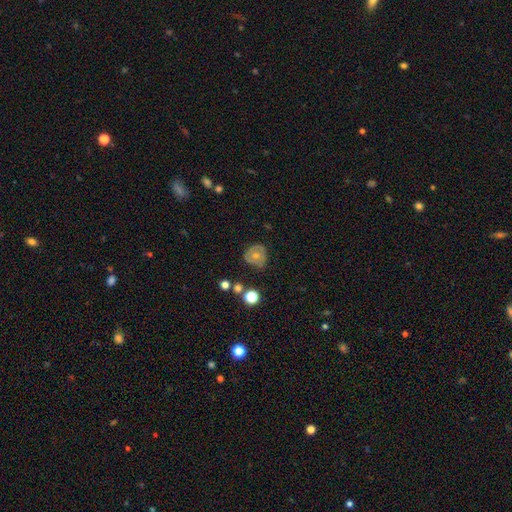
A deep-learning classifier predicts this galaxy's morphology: A smooth galaxy with no disk features (46%). Merging: none (63%).